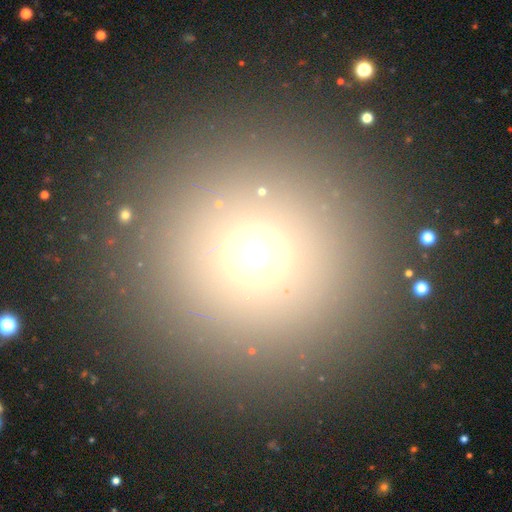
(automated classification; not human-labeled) This appears to be a smooth galaxy with no disk features (67%) that is round (95%). Merging: none (88%).